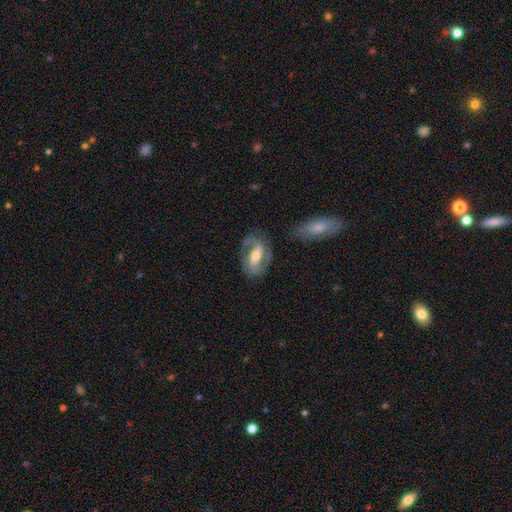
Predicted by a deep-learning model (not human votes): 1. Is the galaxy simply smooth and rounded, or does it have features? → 76% featured or disk, 18% smooth, 6% star or artifact.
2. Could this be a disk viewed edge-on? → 94% no, 6% yes.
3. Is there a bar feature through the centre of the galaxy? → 45% strong, 34% weak, 20% no.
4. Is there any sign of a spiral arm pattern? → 88% yes, 12% no.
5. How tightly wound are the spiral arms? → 47% medium, 29% tight, 24% loose.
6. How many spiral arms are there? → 83% 2, 7% can't tell, 6% 1, 2% 3, 1% 4, 1% more than 4.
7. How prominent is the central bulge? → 63% moderate, 28% small, 6% large, 1% none, 1% dominant.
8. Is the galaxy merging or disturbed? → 71% none, 17% minor disturbance, 9% major disturbance, 3% merger.